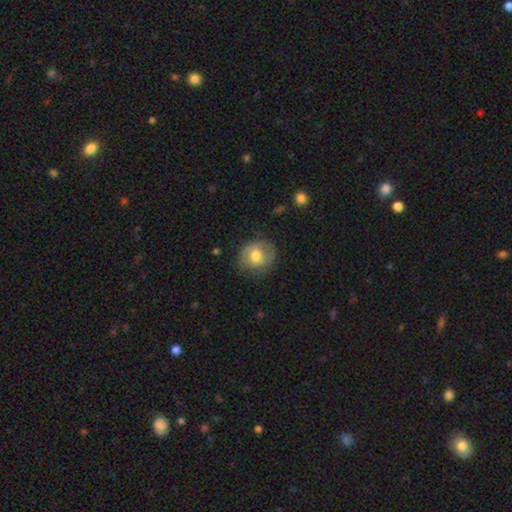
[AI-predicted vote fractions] This appears to be a smooth galaxy with no disk features (64%) that is round (79%). Merging: none (72%).